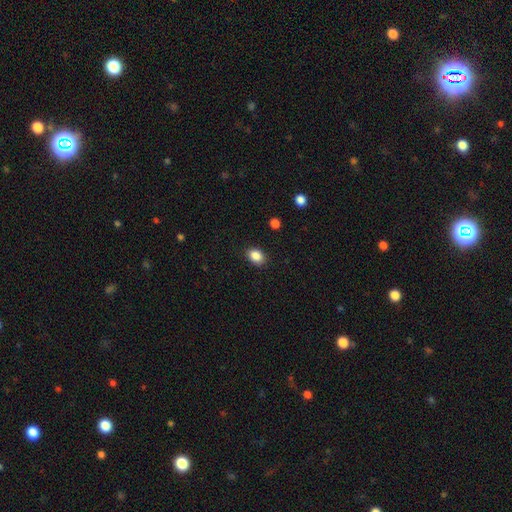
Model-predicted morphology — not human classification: A smooth galaxy with no disk features (87%) that is in between round and cigar-shaped (68%).

Vote fractions:
- Smooth or featured? smooth: 87% / star or artifact: 9% / featured or disk: 4%
- How rounded? in between: 68% / round: 31% / cigar-shaped: 1%
- Merging? none: 88% / minor disturbance: 8% / major disturbance: 2% / merger: 1%